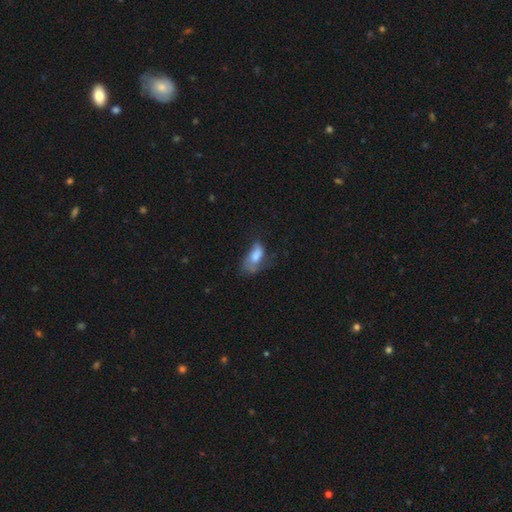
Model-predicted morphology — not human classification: This appears to be a smooth galaxy with no disk features (62%) that is in between round and cigar-shaped (87%). Merging: major disturbance (37%).